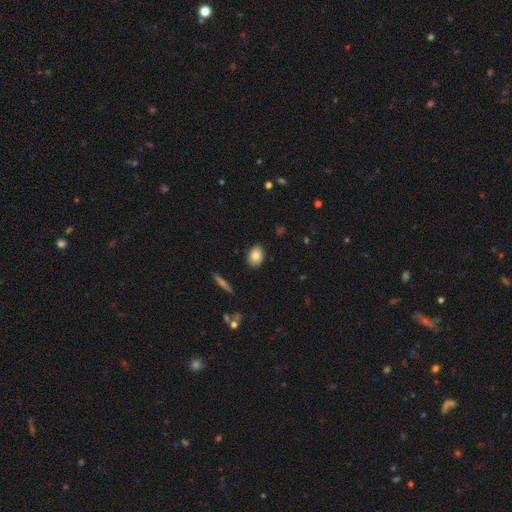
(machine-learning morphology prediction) Smooth or featured? Predicted: smooth (p=0.84). How rounded? Predicted: in between (p=0.78). Merging? Predicted: none (p=0.86).